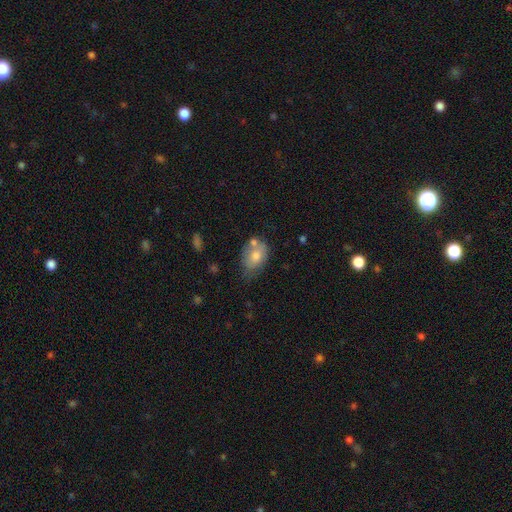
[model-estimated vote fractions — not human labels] A smooth galaxy with no disk features (70%) that is in between round and cigar-shaped (79%). Merging: none (48%).